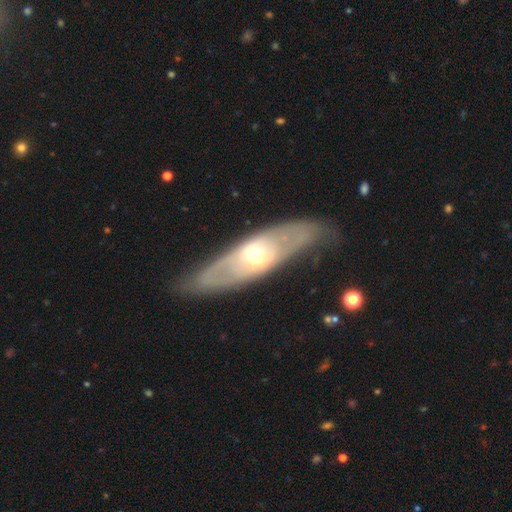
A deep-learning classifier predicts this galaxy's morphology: smooth_or_featured: featured or disk (p=0.67) [alt: smooth p=0.27]
disk_edge_on: no (p=0.70) [alt: yes p=0.30]
merging: none (p=0.77) [alt: minor disturbance p=0.14]